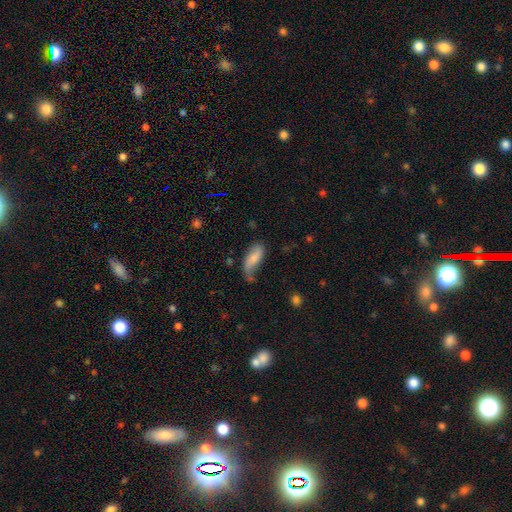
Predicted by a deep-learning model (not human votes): Smooth or featured? Predicted: smooth (p=0.63). How rounded? Predicted: in between (p=0.75). Merging? Predicted: none (p=0.43).